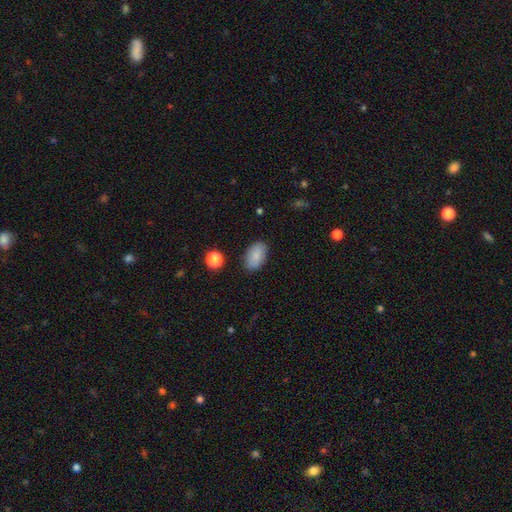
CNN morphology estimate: A smooth galaxy with no disk features (86%) that is in between round and cigar-shaped (92%).

Vote fractions:
- Smooth or featured? smooth: 86% / star or artifact: 7% / featured or disk: 7%
- How rounded? in between: 92% / round: 7% / cigar-shaped: 1%
- Merging? none: 86% / minor disturbance: 10% / major disturbance: 2% / merger: 1%